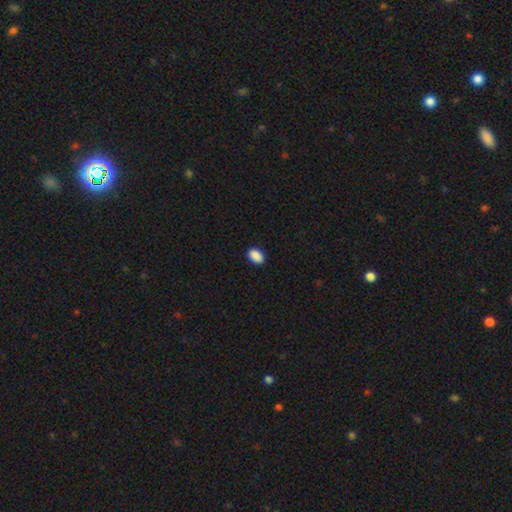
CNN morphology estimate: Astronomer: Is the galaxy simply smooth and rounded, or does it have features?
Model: smooth — 90%.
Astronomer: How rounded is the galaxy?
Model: in between — 88%.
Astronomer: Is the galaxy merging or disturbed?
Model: none — 90%.